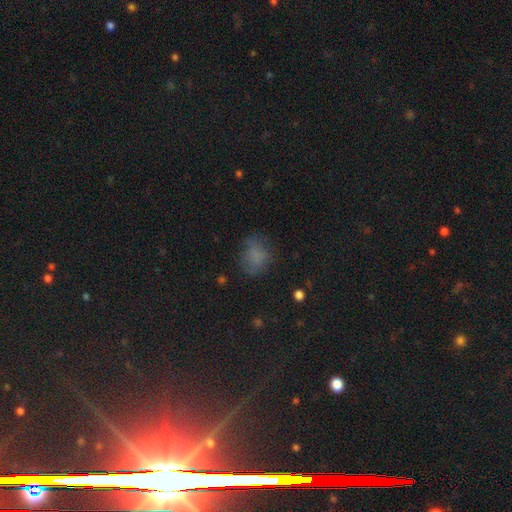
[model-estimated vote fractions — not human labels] smooth_or_featured: smooth (p=0.71) [alt: star or artifact p=0.18]
how_rounded: round (p=0.51) [alt: in between p=0.48]
merging: none (p=0.60) [alt: minor disturbance p=0.24]